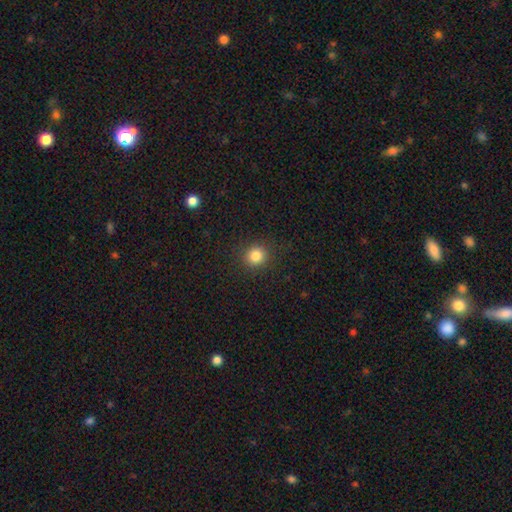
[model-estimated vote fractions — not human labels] smooth_or_featured: smooth (p=0.84) [alt: star or artifact p=0.12]
how_rounded: round (p=0.90) [alt: in between p=0.09]
merging: none (p=0.90) [alt: minor disturbance p=0.06]